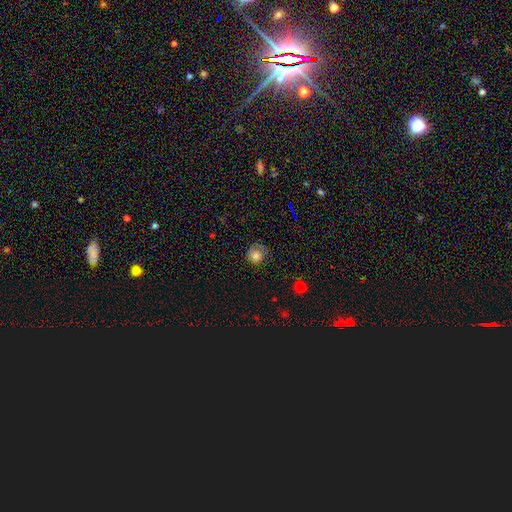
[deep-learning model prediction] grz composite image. It shows a smooth galaxy with no disk features (71%) that is round (86%). Merging: none (61%).